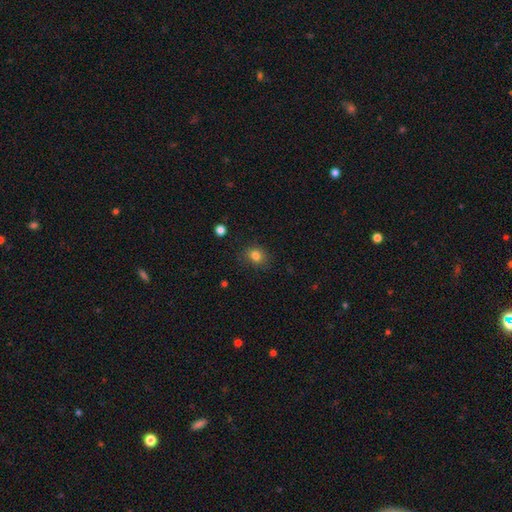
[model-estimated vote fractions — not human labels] This is clearly a smooth galaxy (82%). How rounded: possibly round (58%). Merging: likely none (79%).